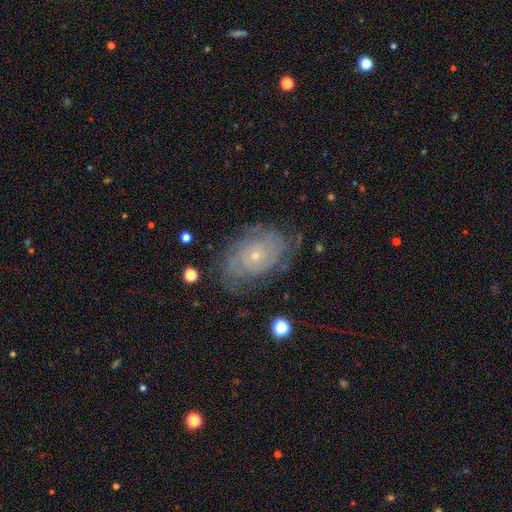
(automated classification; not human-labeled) This is likely a featured or disk galaxy (80%). It is clearly not viewed edge-on (96%). Bar: clearly no (83%). Spiral arm pattern: clearly yes (92%). Spiral arm count: marginally can't tell (44%). Spiral winding: likely tight (71%). Central bulge: clearly small (81%). Merging: likely none (72%).